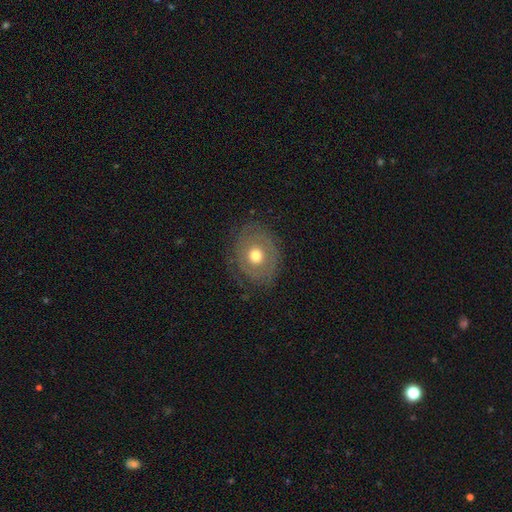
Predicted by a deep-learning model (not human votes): smooth_or_featured: smooth (p=0.47) [alt: featured or disk p=0.45]
merging: none (p=0.76) [alt: minor disturbance p=0.15]